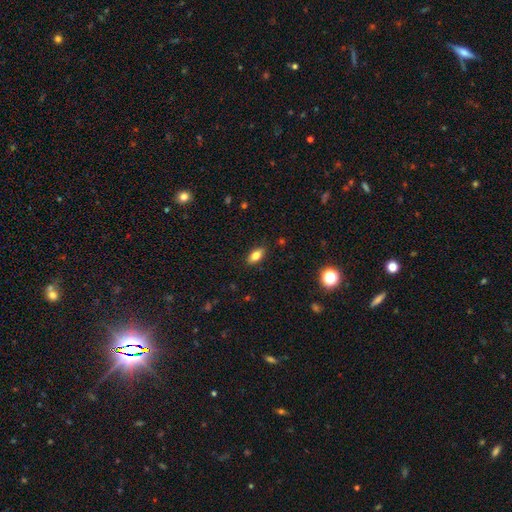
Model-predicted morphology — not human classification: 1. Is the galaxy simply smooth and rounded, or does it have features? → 78% smooth, 13% featured or disk, 9% star or artifact.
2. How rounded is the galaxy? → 87% in between, 7% cigar-shaped, 6% round.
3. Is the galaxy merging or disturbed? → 87% none, 9% minor disturbance, 2% major disturbance, 1% merger.